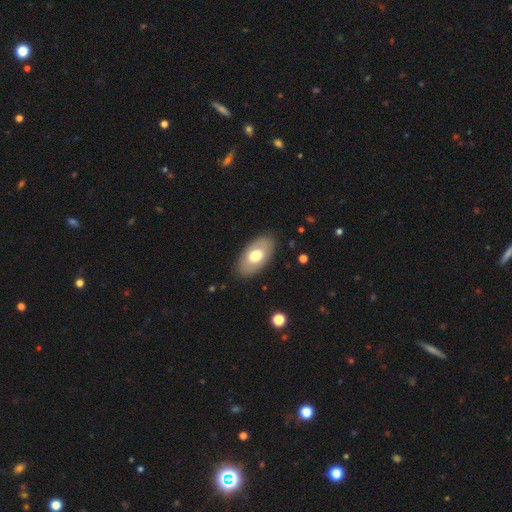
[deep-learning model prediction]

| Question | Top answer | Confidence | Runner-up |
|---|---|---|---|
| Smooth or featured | smooth | 63% | featured or disk (31%) |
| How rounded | in between | 93% | round (5%) |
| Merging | none | 85% | minor disturbance (10%) |